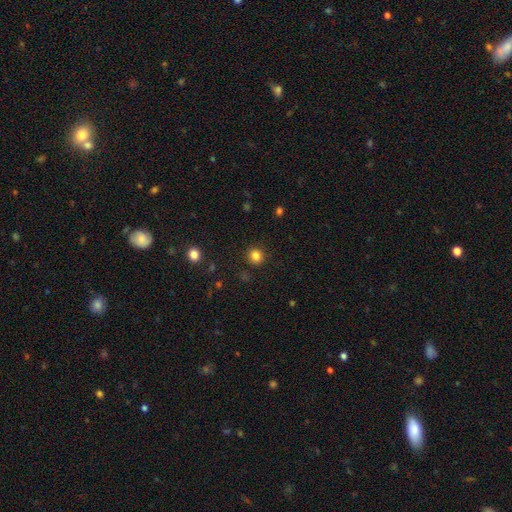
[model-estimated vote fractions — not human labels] smooth-or-featured: smooth: 83% | star or artifact: 12% | featured or disk: 4%
  how-rounded: round: 89% | in between: 10% | cigar-shaped: 1%
  merging: none: 90% | minor disturbance: 6% | major disturbance: 2% | merger: 1%